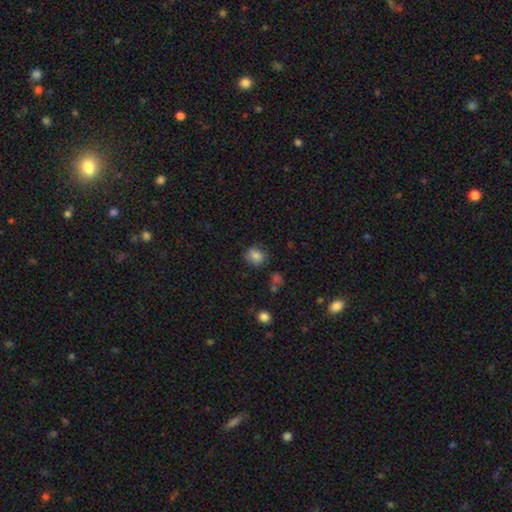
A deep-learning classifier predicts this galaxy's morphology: Smooth or featured? Predicted: smooth (p=0.82). How rounded? Predicted: round (p=0.67). Merging? Predicted: none (p=0.80).